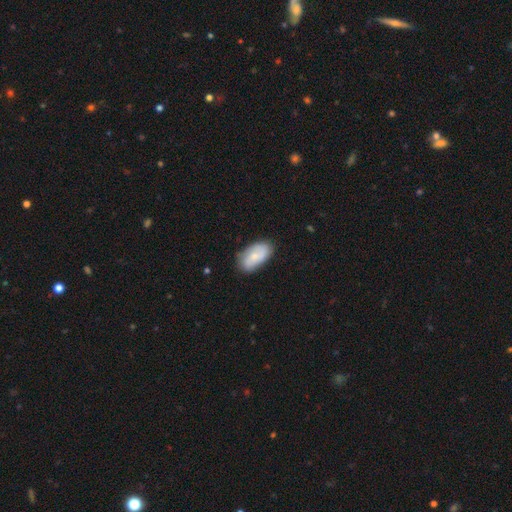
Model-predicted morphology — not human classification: A smooth galaxy with no disk features (61%) that is in between round and cigar-shaped (93%).

Vote fractions:
- Smooth or featured? smooth: 61% / featured or disk: 33% / star or artifact: 6%
- How rounded? in between: 93% / round: 4% / cigar-shaped: 3%
- Merging? none: 78% / minor disturbance: 17% / major disturbance: 3% / merger: 2%